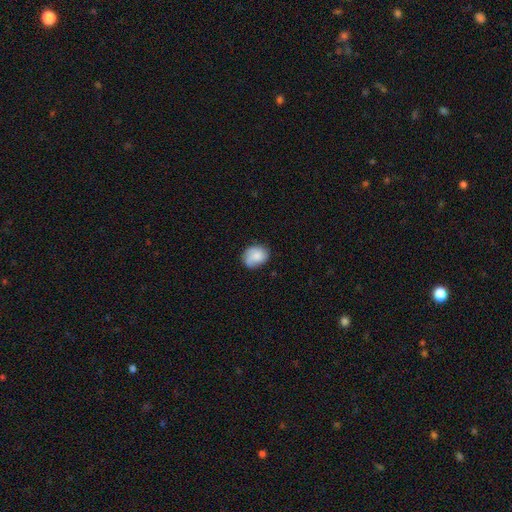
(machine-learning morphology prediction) A smooth galaxy with no disk features (76%) that is in between round and cigar-shaped (53%). Merging: none (67%).